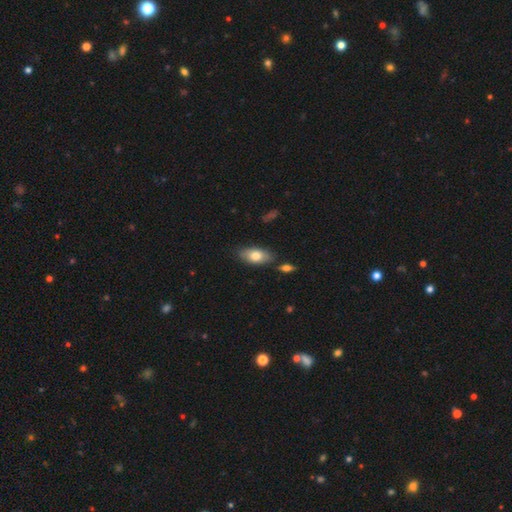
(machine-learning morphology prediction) Smooth or featured: smooth — 76% (featured or disk — 18%)
How rounded: in between — 90% (cigar-shaped — 5%)
Merging: none — 79% (minor disturbance — 13%)